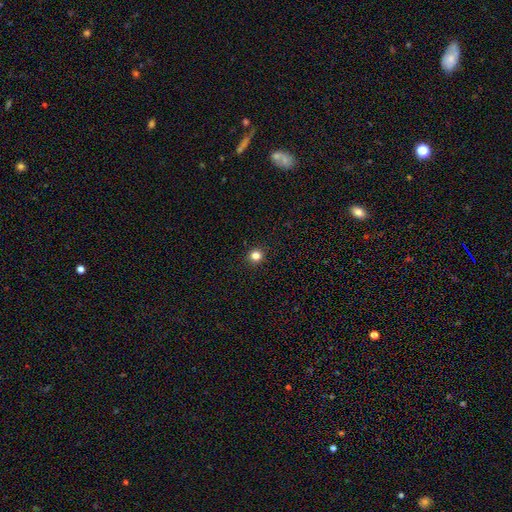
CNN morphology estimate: Overall: smooth (82%). How rounded: round (94%). Merging: none (93%).